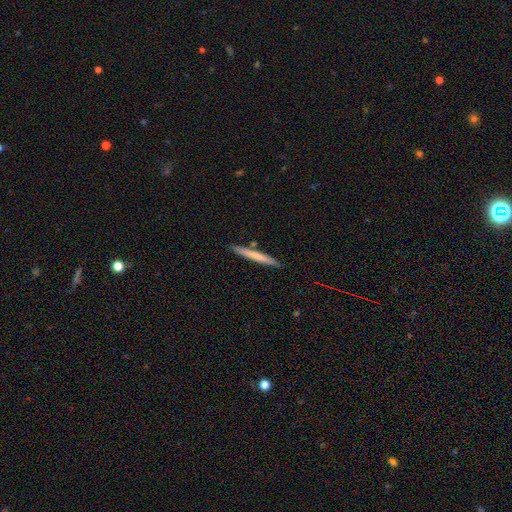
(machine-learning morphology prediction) smooth 64%, featured or disk 30%, star or artifact 5%. Down the decision tree: how rounded — cigar-shaped (97%); merging — none (88%).